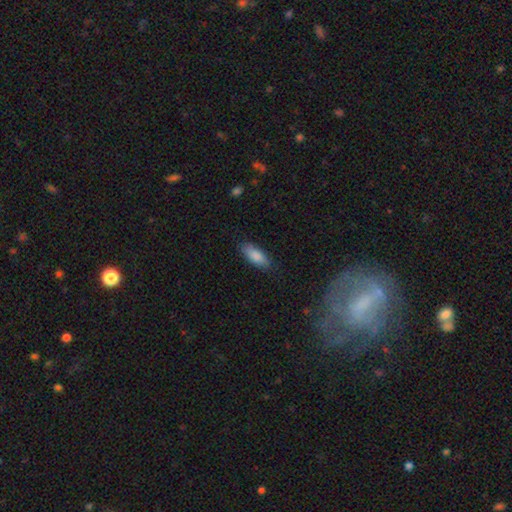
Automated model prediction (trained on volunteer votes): Smooth or featured?
  - smooth: 86% *
  - featured or disk: 8%
  - star or artifact: 6%
How rounded?
  - in between: 77% *
  - cigar-shaped: 21%
  - round: 2%
Merging?
  - none: 84% *
  - minor disturbance: 13%
  - major disturbance: 3%
  - merger: 1%